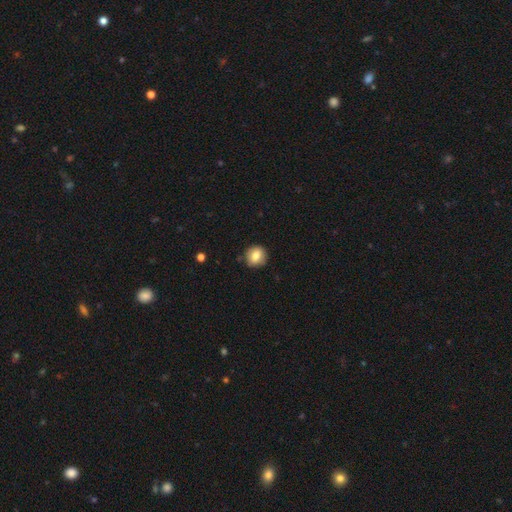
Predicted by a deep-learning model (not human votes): Smooth or featured? Predicted: smooth (p=0.79). How rounded? Predicted: round (p=0.85). Merging? Predicted: none (p=0.83).